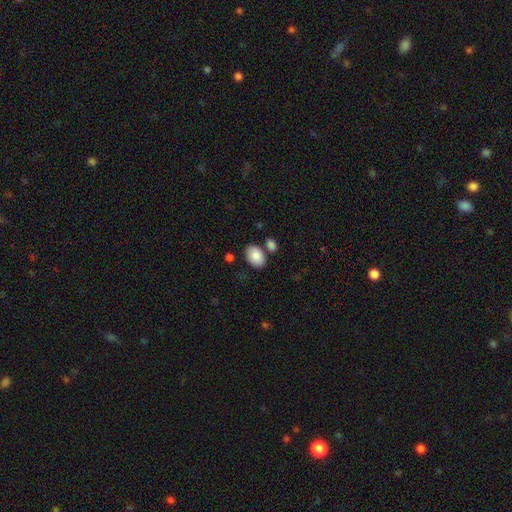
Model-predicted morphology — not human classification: Q: Smooth or featured?
A: smooth (86%); runner-up: featured or disk (8%)
Q: How rounded?
A: in between (87%); runner-up: round (12%)
Q: Merging?
A: none (75%); runner-up: minor disturbance (11%)